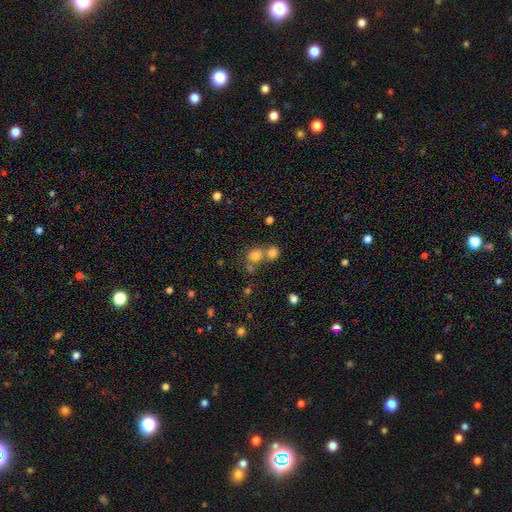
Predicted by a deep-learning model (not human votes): A smooth galaxy with no disk features (74%) that is round (78%).

Vote fractions:
- Smooth or featured? smooth: 74% / star or artifact: 16% / featured or disk: 10%
- How rounded? round: 78% / in between: 21% / cigar-shaped: 1%
- Merging? none: 46% / merger: 43% / minor disturbance: 8% / major disturbance: 4%